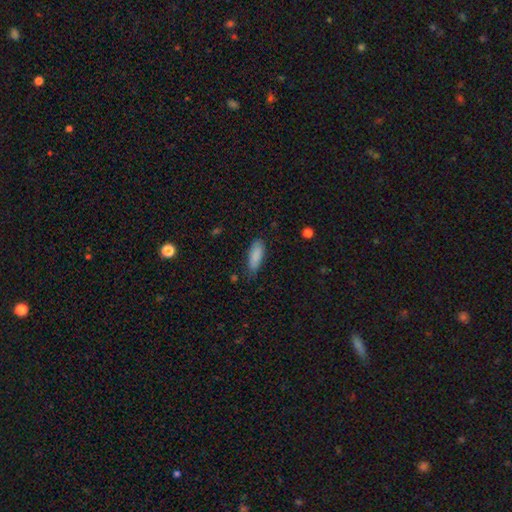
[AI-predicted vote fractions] smooth_or_featured: smooth (p=0.87) [alt: star or artifact p=0.07]
how_rounded: in between (p=0.65) [alt: cigar-shaped p=0.33]
merging: none (p=0.70) [alt: minor disturbance p=0.23]